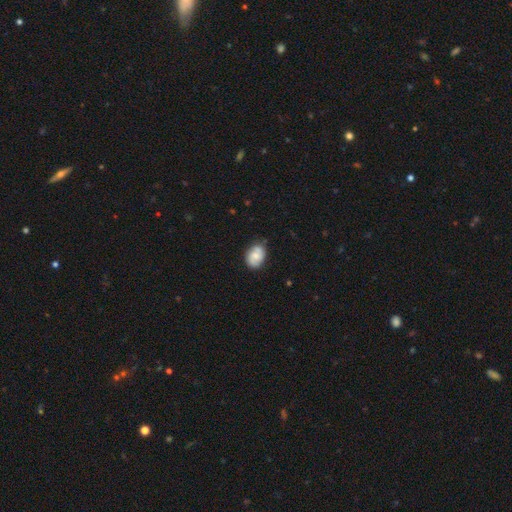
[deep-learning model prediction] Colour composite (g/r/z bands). It shows a smooth galaxy with no disk features (57%) that is in between round and cigar-shaped (75%). Merging: none (75%).